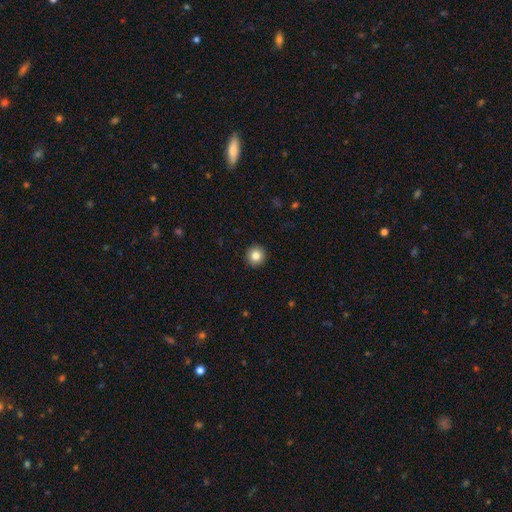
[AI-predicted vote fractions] Morphology: type=smooth (84%); roundness=round (95%); merging=none (93%).